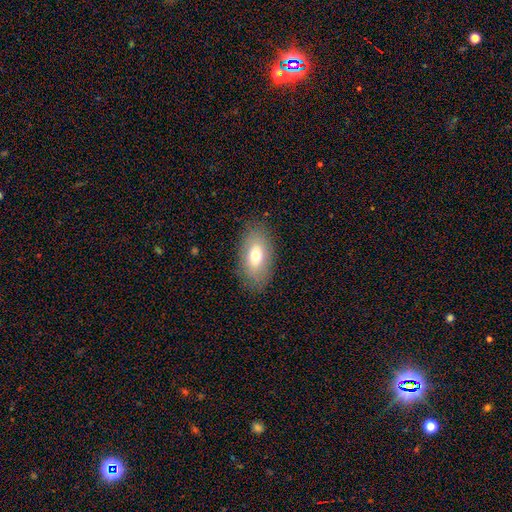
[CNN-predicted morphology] Overall: smooth (69%). How rounded: in between (90%). Merging: none (84%).